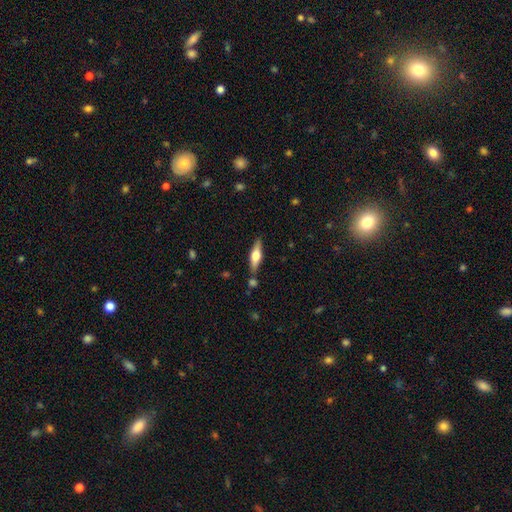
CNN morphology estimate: The model was most divided on "smooth or featured": featured or disk: 53%, smooth: 41%, star or artifact: 6%. More confident: edge-on disk — yes (93%); merging — none (82%).